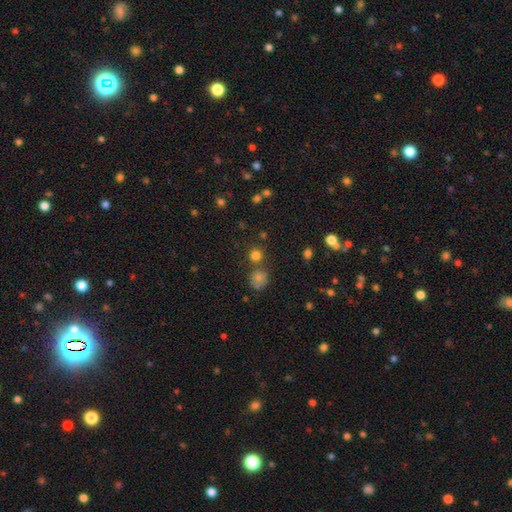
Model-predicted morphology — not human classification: smooth-or-featured: smooth: 77% | star or artifact: 17% | featured or disk: 6%
  how-rounded: round: 91% | in between: 8% | cigar-shaped: 1%
  merging: none: 73% | merger: 17% | minor disturbance: 7% | major disturbance: 3%